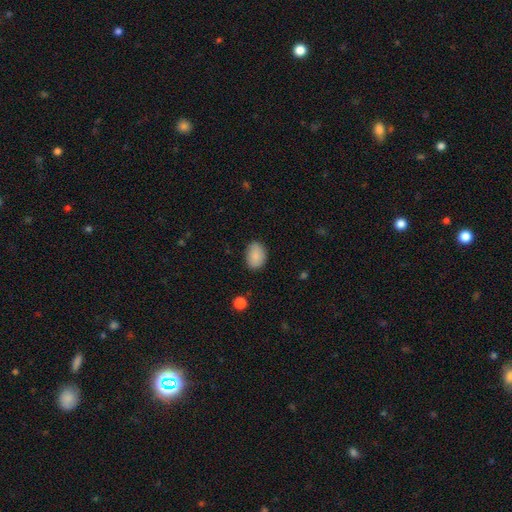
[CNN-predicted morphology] A smooth galaxy with no disk features (88%) that is in between round and cigar-shaped (78%). Merging: none (80%).